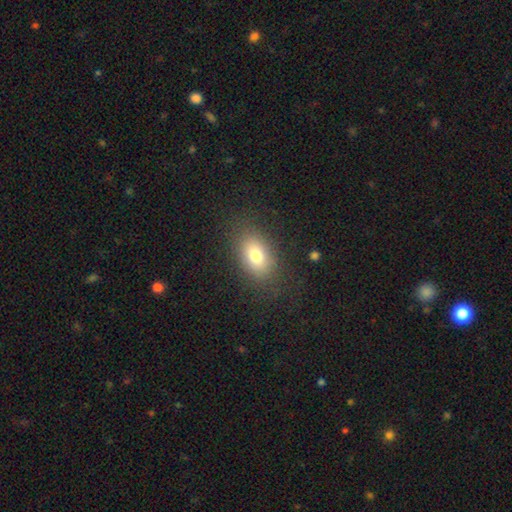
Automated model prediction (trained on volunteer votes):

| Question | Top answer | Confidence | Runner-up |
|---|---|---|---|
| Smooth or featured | smooth | 76% | featured or disk (13%) |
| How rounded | in between | 84% | round (14%) |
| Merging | none | 82% | minor disturbance (11%) |